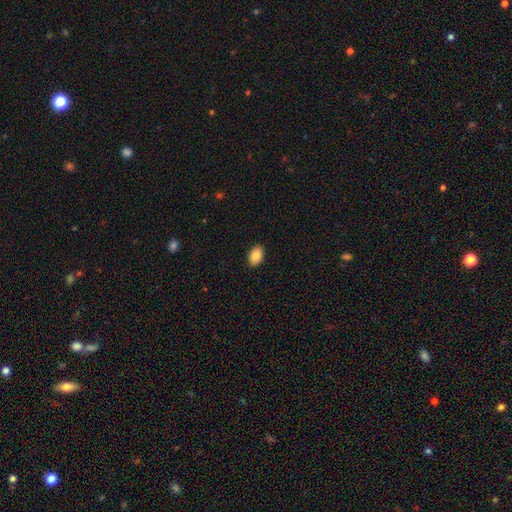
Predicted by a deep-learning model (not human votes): A smooth galaxy with no disk features (87%) that is in between round and cigar-shaped (89%). Merging: none (90%).